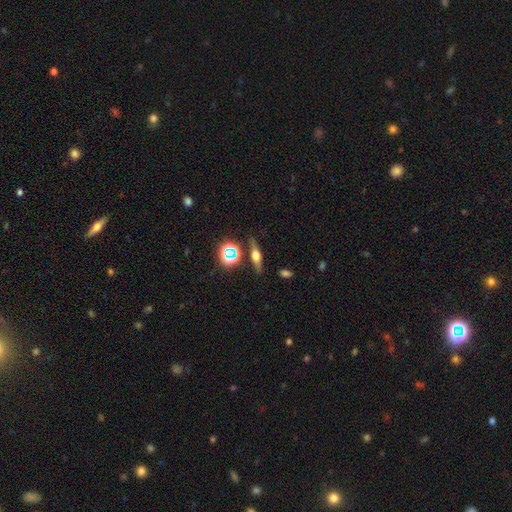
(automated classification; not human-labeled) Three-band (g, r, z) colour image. It shows a featured or disk galaxy (55%) viewed edge-on (92%) with a rounded central bulge (91%). Merging: none (82%).